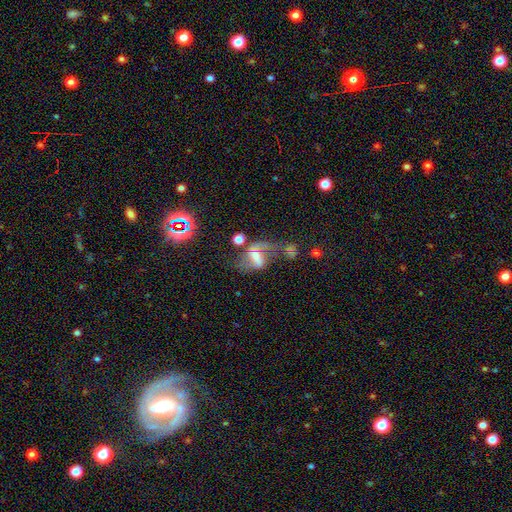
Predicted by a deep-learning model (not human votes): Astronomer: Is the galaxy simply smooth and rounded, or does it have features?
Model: featured or disk — 68%.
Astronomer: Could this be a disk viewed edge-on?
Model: no — 95%.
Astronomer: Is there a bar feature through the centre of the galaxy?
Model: strong — 42% (runner-up: weak, 39%).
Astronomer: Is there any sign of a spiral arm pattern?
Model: yes — 81%.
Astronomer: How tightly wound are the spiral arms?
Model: loose — 65%.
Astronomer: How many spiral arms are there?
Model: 2 — 82%.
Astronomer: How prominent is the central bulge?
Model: moderate — 34% (runner-up: small, 27%).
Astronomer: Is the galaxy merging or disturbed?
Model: none — 36% (runner-up: major disturbance, 29%).